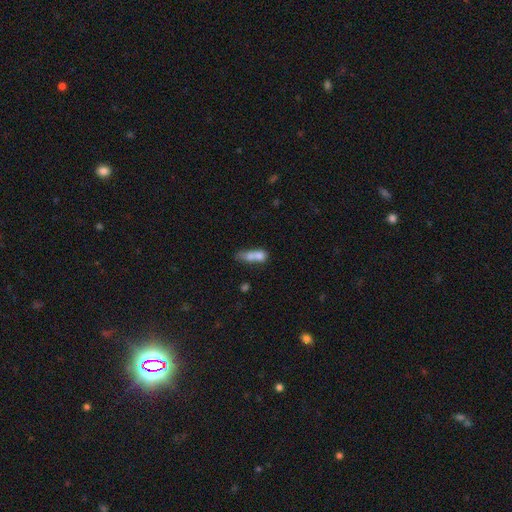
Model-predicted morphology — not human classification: Smooth or featured? Predicted: smooth (p=0.67). How rounded? Predicted: in between (p=0.53). Merging? Predicted: merger (p=0.59).